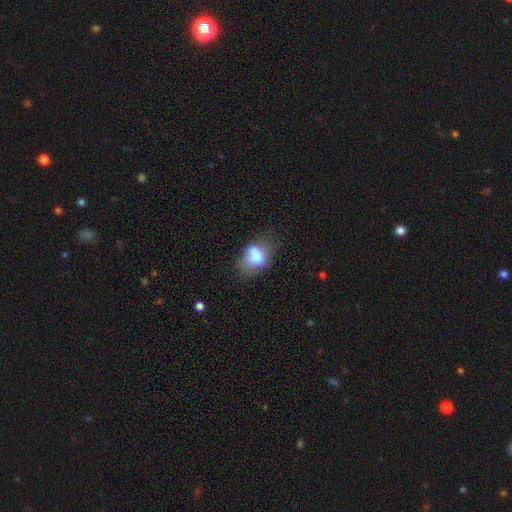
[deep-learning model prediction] smooth-or-featured: smooth: 73% | featured or disk: 17% | star or artifact: 10%
  how-rounded: in between: 78% | round: 20% | cigar-shaped: 2%
  merging: none: 39% | minor disturbance: 31% | major disturbance: 21% | merger: 10%